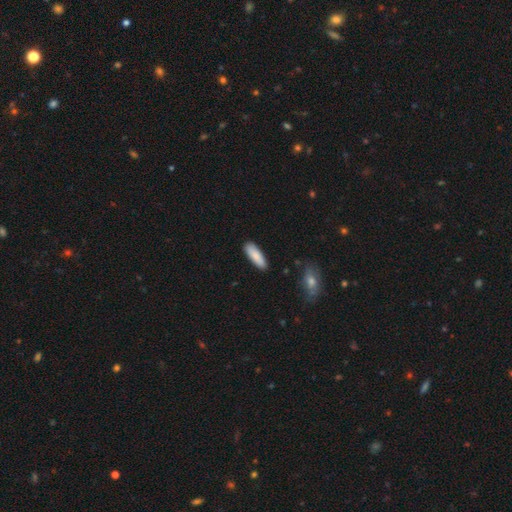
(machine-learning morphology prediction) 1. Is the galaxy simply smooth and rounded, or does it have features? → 86% smooth, 8% featured or disk, 6% star or artifact.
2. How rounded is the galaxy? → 51% in between, 47% cigar-shaped, 2% round.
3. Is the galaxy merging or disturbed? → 87% none, 10% minor disturbance, 2% major disturbance, 2% merger.